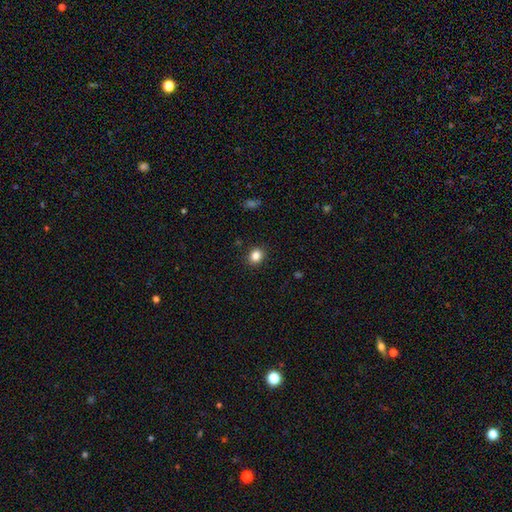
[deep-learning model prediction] smooth-or-featured: smooth: 84% | star or artifact: 11% | featured or disk: 5%
  how-rounded: round: 65% | in between: 35% | cigar-shaped: 1%
  merging: none: 90% | minor disturbance: 7% | major disturbance: 2% | merger: 1%